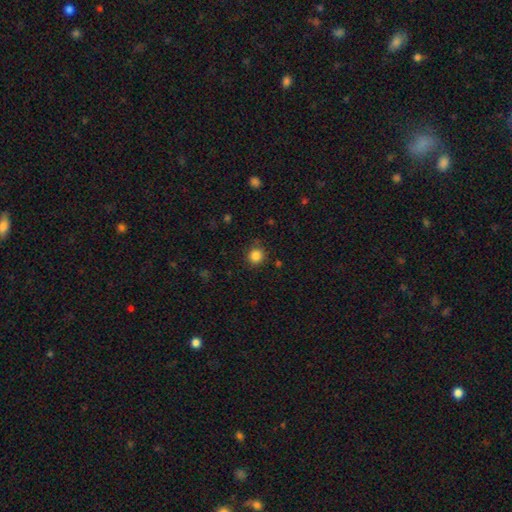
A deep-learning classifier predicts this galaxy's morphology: A smooth galaxy with no disk features (85%) that is round (92%). Merging: none (87%).